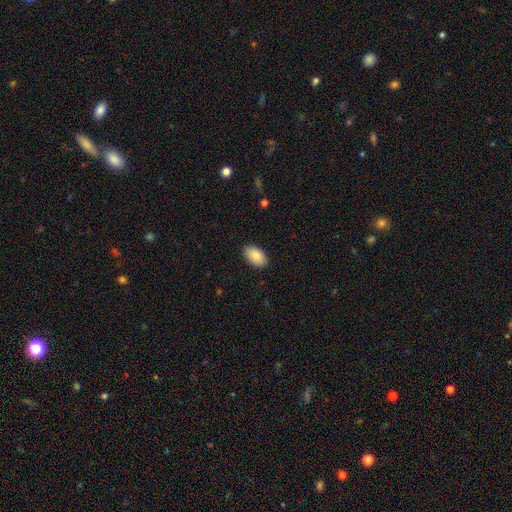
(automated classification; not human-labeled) smooth_or_featured: smooth (p=0.88) [alt: star or artifact p=0.06]
how_rounded: in between (p=0.94) [alt: round p=0.04]
merging: none (p=0.88) [alt: minor disturbance p=0.09]